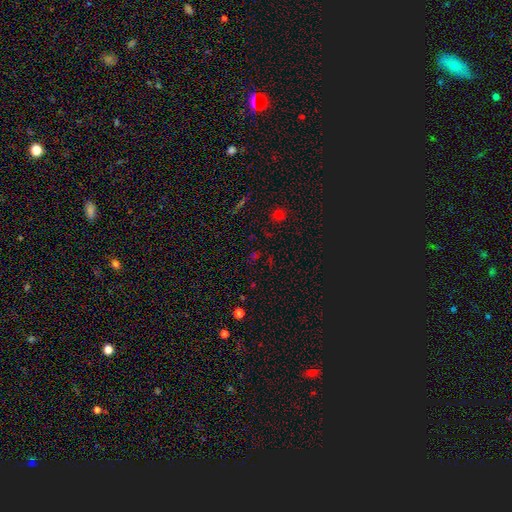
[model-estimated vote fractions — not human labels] This appears to be a star or artifact, not a galaxy (59%).